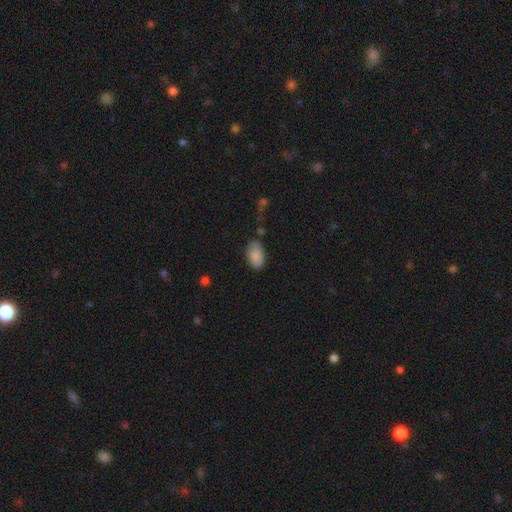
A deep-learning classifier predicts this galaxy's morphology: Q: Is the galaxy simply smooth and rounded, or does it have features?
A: smooth — 87%.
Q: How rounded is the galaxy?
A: in between — 92%.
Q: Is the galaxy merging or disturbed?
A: none — 73%.